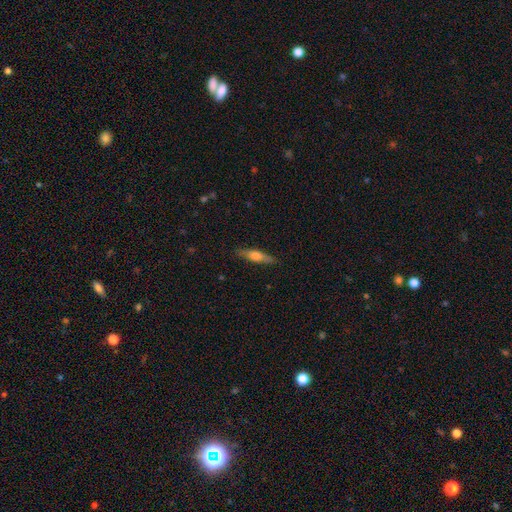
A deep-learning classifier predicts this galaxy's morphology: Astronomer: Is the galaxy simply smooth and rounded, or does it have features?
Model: smooth — 51% (runner-up: featured or disk, 43%).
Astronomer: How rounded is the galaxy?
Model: cigar-shaped — 77%.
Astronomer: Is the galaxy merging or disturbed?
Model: none — 88%.